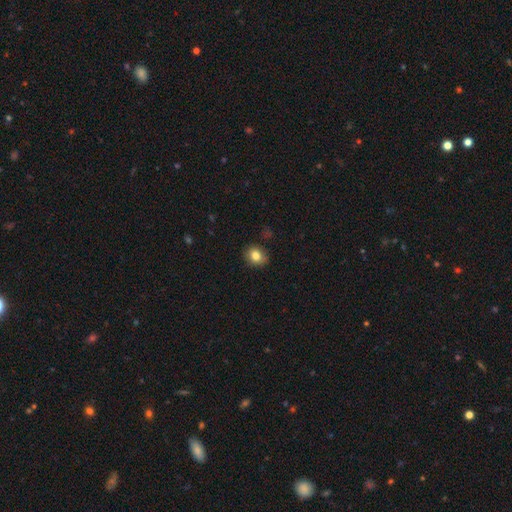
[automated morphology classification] smooth 82%, star or artifact 10%, featured or disk 8%. Down the decision tree: how rounded — round (61%); merging — none (83%).